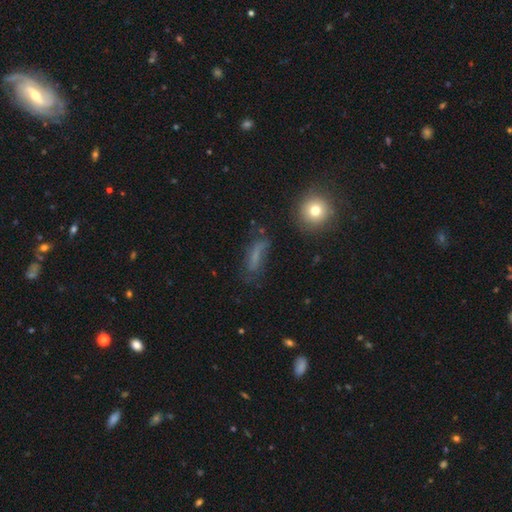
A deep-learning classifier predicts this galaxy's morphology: The model was most divided on "how rounded": cigar-shaped: 48%, in between: 45%, round: 6%. More confident: merging — none (51%); smooth or featured — smooth (50%).